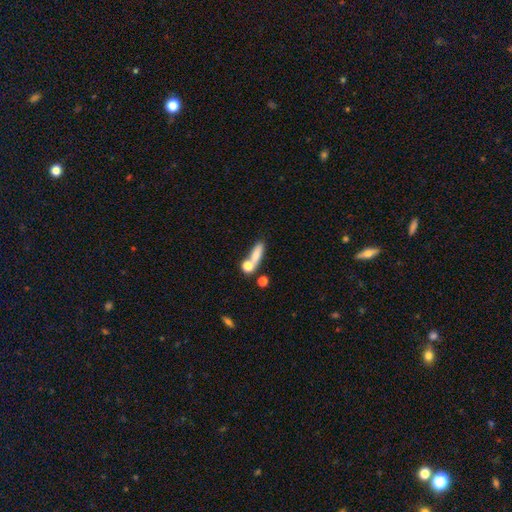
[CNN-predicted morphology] Smooth or featured? Predicted: smooth (p=0.73). How rounded? Predicted: in between (p=0.43). Merging? Predicted: none (p=0.46).